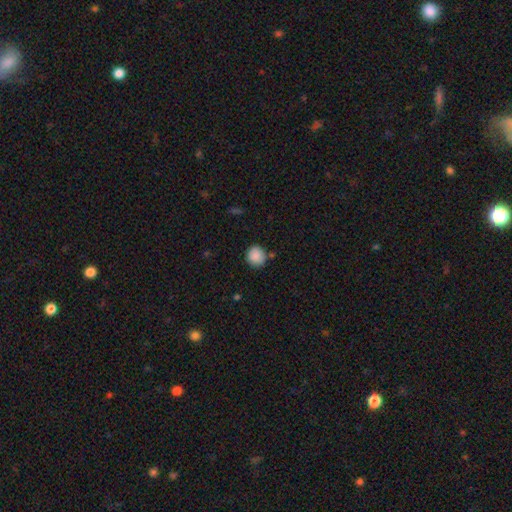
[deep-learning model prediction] Smooth or featured? smooth (88%)
How rounded? round (87%)
Merging? none (79%)